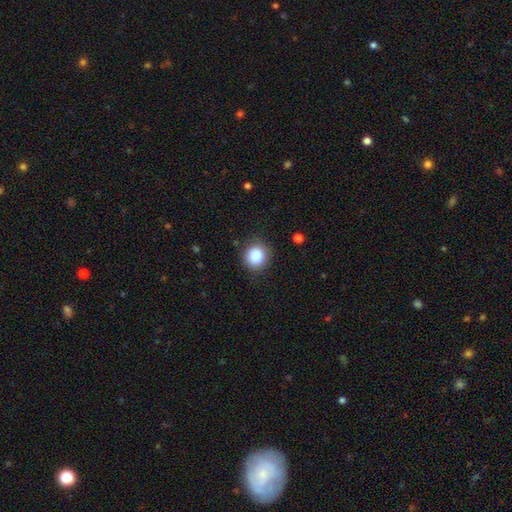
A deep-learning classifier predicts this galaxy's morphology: type=smooth (86%); roundness=round (89%); merging=none (87%).